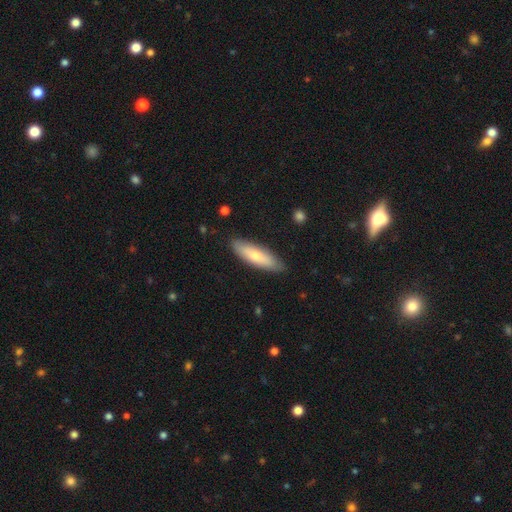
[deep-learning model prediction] This is likely a smooth galaxy (68%). How rounded: possibly cigar-shaped (55%). Merging: clearly none (86%).